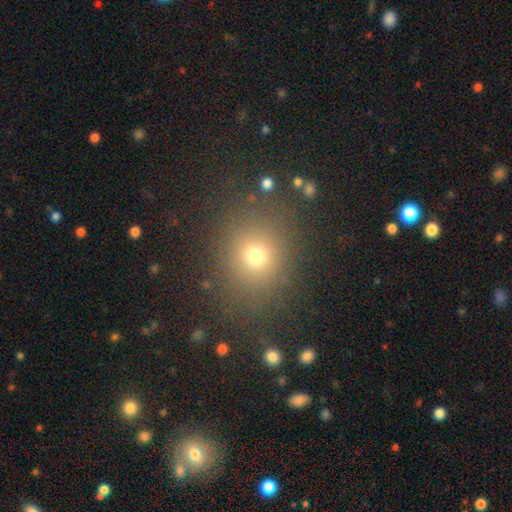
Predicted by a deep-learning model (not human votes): This is likely a smooth galaxy (71%). How rounded: likely round (74%). Merging: clearly none (82%).